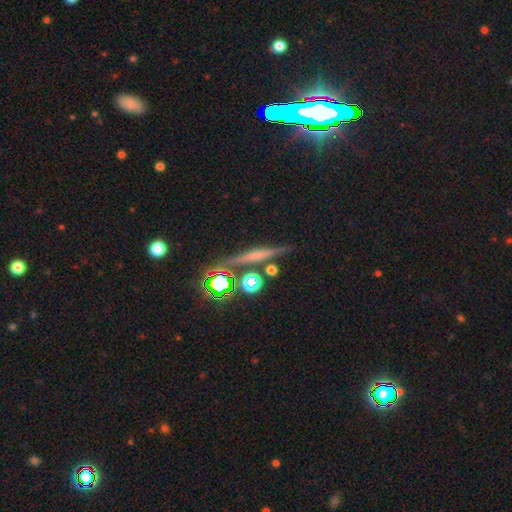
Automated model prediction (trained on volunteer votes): This is possibly a featured or disk galaxy (45%). Merging: clearly none (80%).